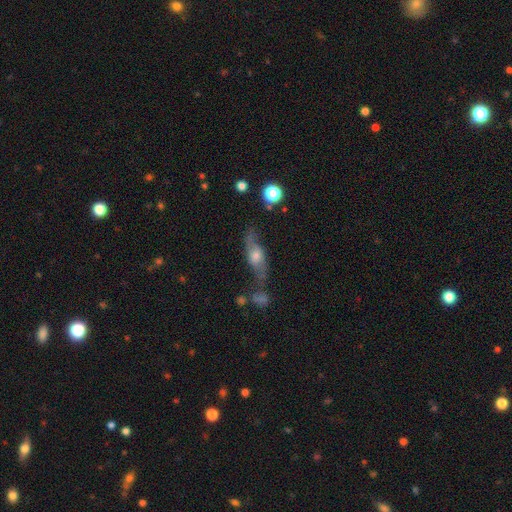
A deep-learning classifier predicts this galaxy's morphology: This is likely a featured or disk galaxy (68%). It is likely not viewed edge-on (62%). Merging: possibly none (60%).